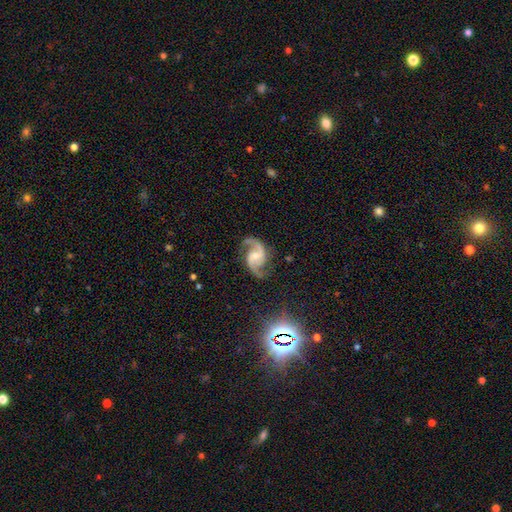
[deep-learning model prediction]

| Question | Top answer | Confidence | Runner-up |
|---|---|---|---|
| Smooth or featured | featured or disk | 92% | star or artifact (5%) |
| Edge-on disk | no | 98% | yes (2%) |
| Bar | no | 46% | weak (43%) |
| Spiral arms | yes | 98% | no (2%) |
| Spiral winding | medium | 52% | loose (38%) |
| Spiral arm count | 2 | 94% | can't tell (1%) |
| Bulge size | small | 46% | moderate (42%) |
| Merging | none | 77% | minor disturbance (15%) |